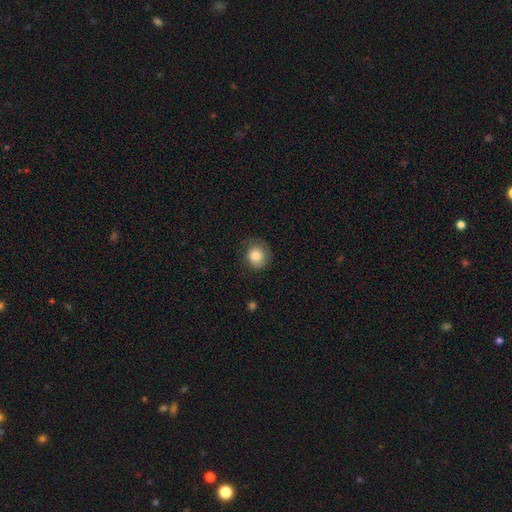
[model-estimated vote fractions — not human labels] smooth_or_featured: smooth (p=0.82) [alt: featured or disk p=0.10]
how_rounded: round (p=0.84) [alt: in between p=0.15]
merging: none (p=0.68) [alt: minor disturbance p=0.22]